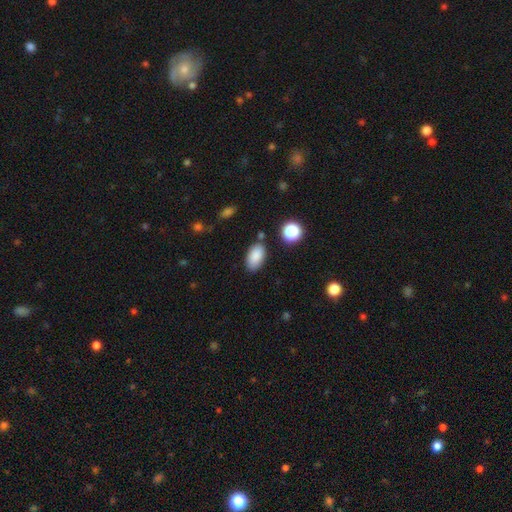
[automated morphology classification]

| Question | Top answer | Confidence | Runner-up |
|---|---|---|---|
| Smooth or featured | smooth | 86% | star or artifact (8%) |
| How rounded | in between | 93% | round (5%) |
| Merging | none | 80% | minor disturbance (12%) |